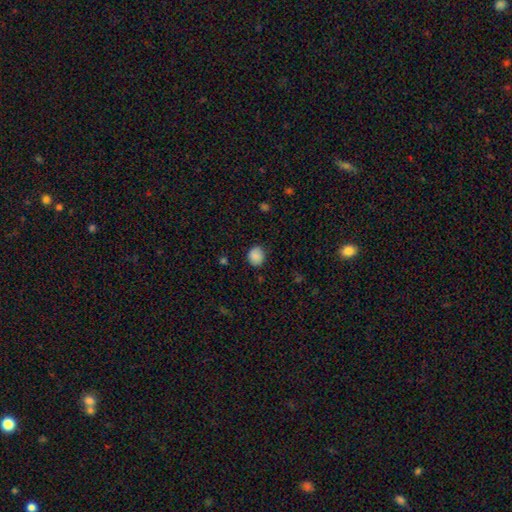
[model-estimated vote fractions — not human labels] smooth_or_featured: smooth (p=0.87) [alt: star or artifact p=0.09]
how_rounded: round (p=0.73) [alt: in between p=0.26]
merging: none (p=0.83) [alt: minor disturbance p=0.13]